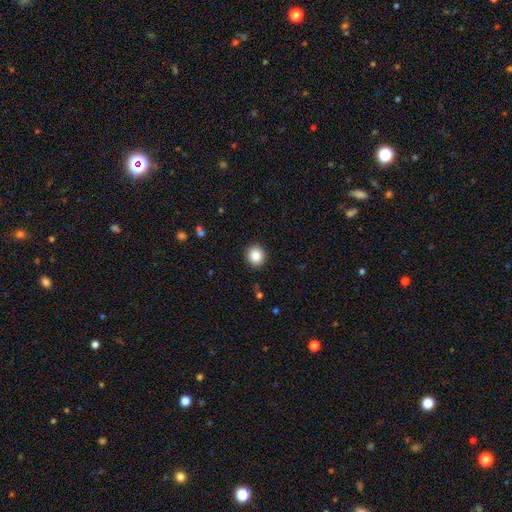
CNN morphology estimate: Smooth or featured? Predicted: smooth (p=0.87). How rounded? Predicted: round (p=0.89). Merging? Predicted: none (p=0.91).